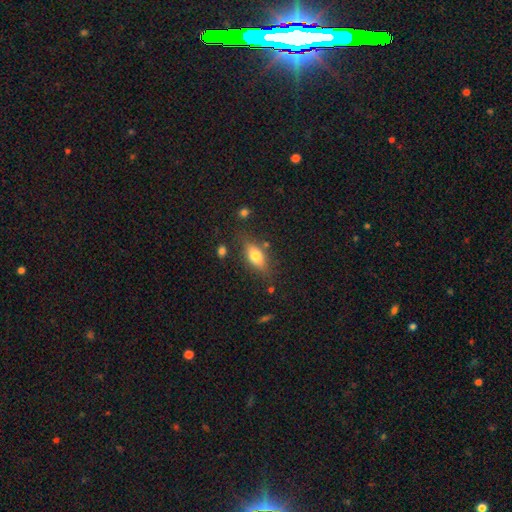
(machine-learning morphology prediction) The model was most divided on "smooth or featured": smooth: 69%, featured or disk: 23%, star or artifact: 8%. More confident: how rounded — in between (77%); merging — none (76%).